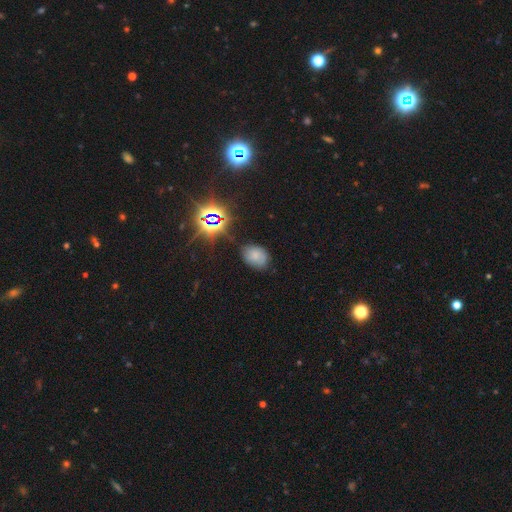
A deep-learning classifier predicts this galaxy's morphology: type=smooth (64%); roundness=in between (73%); merging=none (69%).